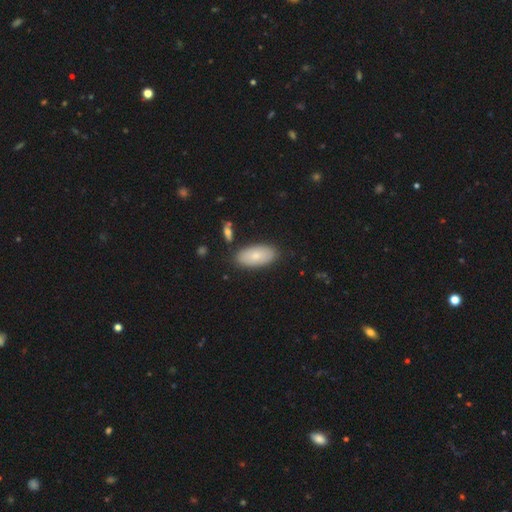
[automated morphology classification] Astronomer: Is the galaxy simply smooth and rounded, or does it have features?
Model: smooth — 78%.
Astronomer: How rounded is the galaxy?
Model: in between — 93%.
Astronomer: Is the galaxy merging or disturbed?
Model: none — 85%.